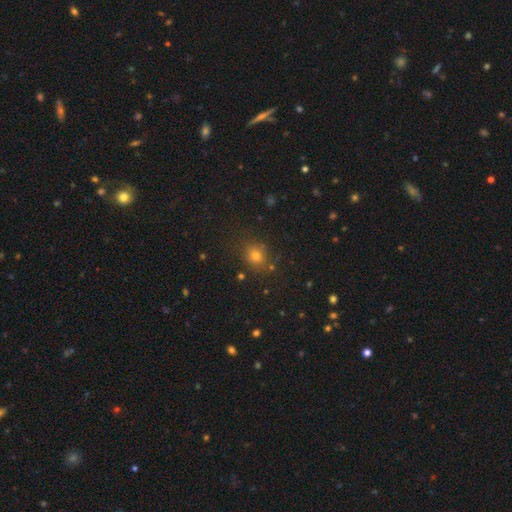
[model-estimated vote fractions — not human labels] The model was most divided on "smooth or featured": smooth: 70%, star or artifact: 22%, featured or disk: 8%. More confident: how rounded — round (82%); merging — none (81%).